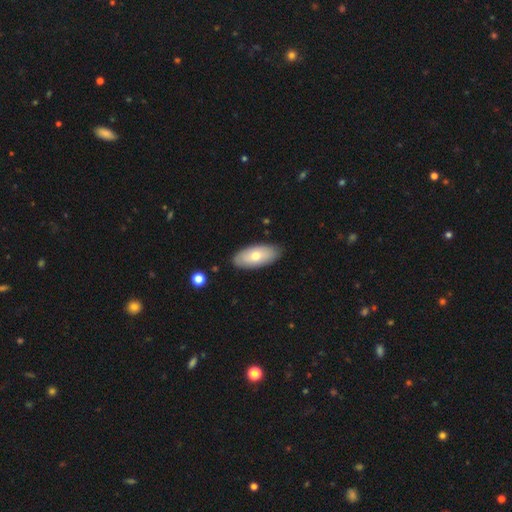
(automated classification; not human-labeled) Smooth or featured: smooth — 66% (featured or disk — 29%)
How rounded: in between — 91% (cigar-shaped — 7%)
Merging: none — 86% (minor disturbance — 11%)